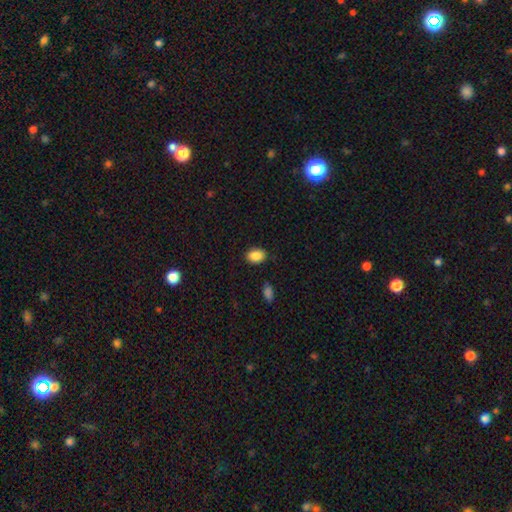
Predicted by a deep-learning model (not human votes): The model was most divided on "how rounded": in between: 76%, round: 23%, cigar-shaped: 1%. More confident: smooth or featured — smooth (88%); merging — none (87%).